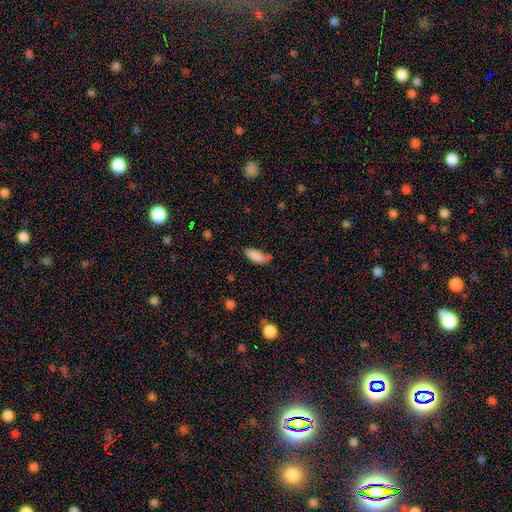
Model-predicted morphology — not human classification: smooth 85%, featured or disk 8%, star or artifact 7%. Down the decision tree: how rounded — in between (84%); merging — none (51%).